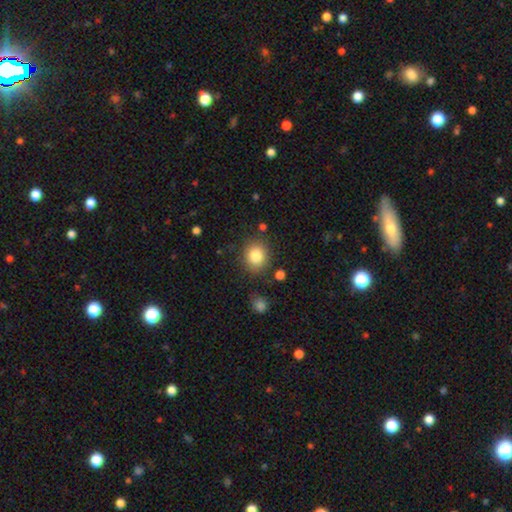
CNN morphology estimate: Smooth or featured? Predicted: smooth (p=0.83). How rounded? Predicted: round (p=0.73). Merging? Predicted: none (p=0.83).